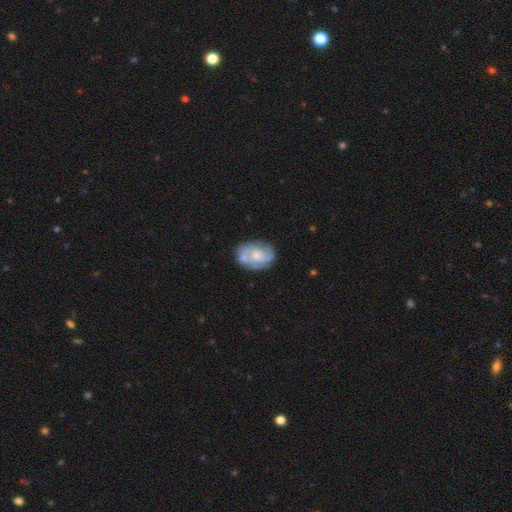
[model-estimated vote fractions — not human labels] smooth_or_featured: featured or disk (p=0.64) [alt: smooth p=0.29]
disk_edge_on: no (p=0.97) [alt: yes p=0.03]
bar: no (p=0.75) [alt: weak p=0.22]
has_spiral_arms: yes (p=0.77) [alt: no p=0.23]
bulge_size: small (p=0.48) [alt: moderate p=0.41]
merging: none (p=0.57) [alt: minor disturbance p=0.22]